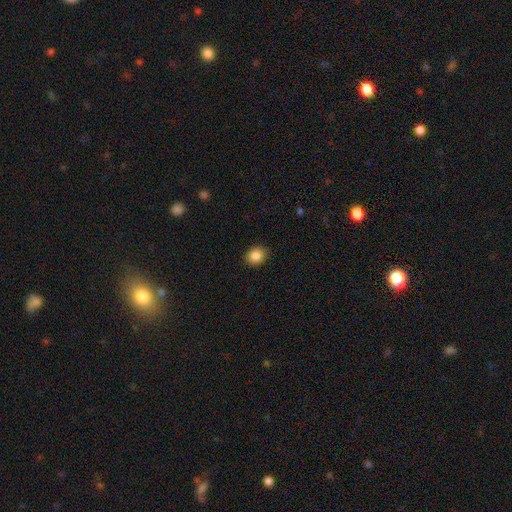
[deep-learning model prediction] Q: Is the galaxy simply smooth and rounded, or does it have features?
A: smooth — 86%.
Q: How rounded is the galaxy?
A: round — 55%.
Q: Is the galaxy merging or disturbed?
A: none — 85%.